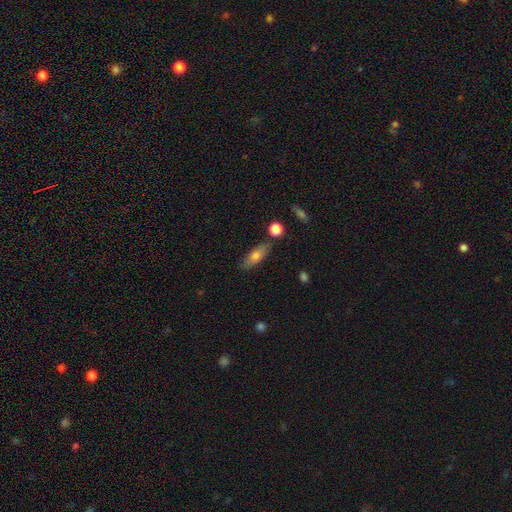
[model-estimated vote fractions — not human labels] A smooth galaxy with no disk features (71%) that is in between round and cigar-shaped (59%).

Vote fractions:
- Smooth or featured? smooth: 71% / featured or disk: 22% / star or artifact: 7%
- How rounded? in between: 59% / cigar-shaped: 38% / round: 3%
- Merging? none: 80% / minor disturbance: 12% / merger: 5% / major disturbance: 3%